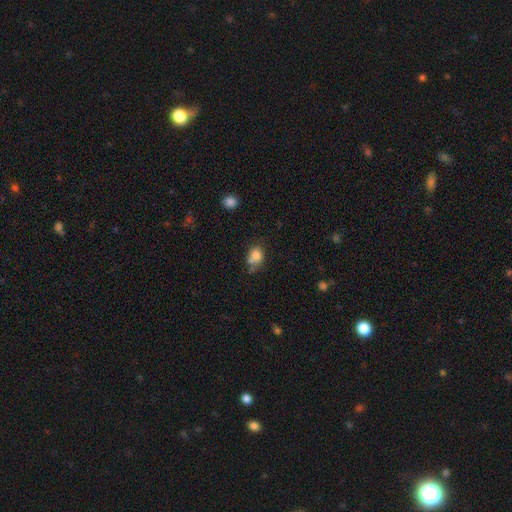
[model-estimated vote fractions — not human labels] Smooth or featured? smooth (77%)
How rounded? round (56%)
Merging? none (42%)